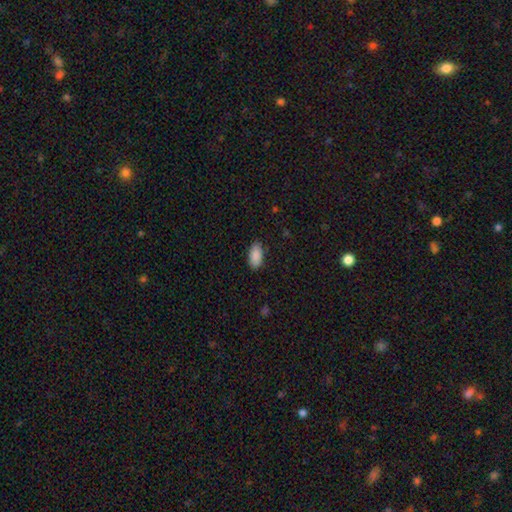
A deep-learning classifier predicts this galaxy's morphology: Smooth or featured? Predicted: smooth (p=0.90). How rounded? Predicted: in between (p=0.93). Merging? Predicted: none (p=0.86).